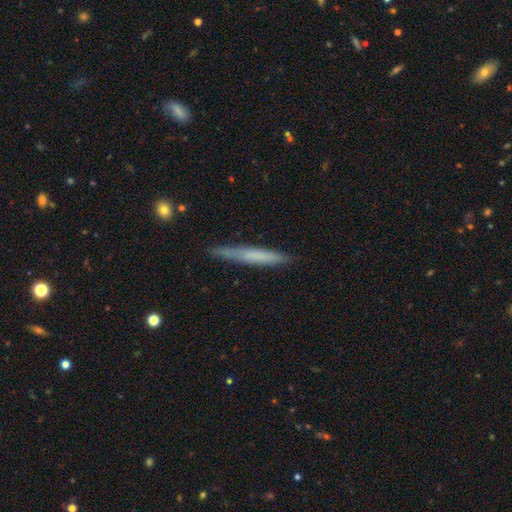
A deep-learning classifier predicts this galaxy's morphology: Smooth or featured?
  - smooth: 60% *
  - featured or disk: 34%
  - star or artifact: 6%
How rounded?
  - cigar-shaped: 96% *
  - in between: 3%
  - round: 1%
Merging?
  - none: 84% *
  - minor disturbance: 12%
  - major disturbance: 2%
  - merger: 1%